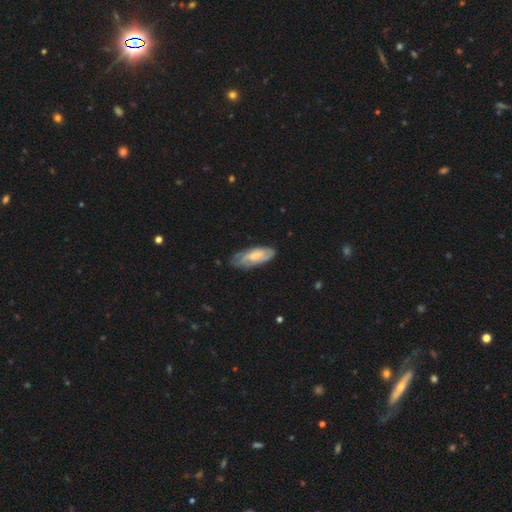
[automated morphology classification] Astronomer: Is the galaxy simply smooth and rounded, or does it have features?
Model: featured or disk — 57% (runner-up: smooth, 37%).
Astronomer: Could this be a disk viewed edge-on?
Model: no — 89%.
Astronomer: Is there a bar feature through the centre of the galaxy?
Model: no — 55% (runner-up: weak, 36%).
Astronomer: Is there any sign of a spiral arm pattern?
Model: yes — 86%.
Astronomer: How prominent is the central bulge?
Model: moderate — 38% (runner-up: small, 32%).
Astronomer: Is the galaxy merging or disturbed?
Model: none — 68%.